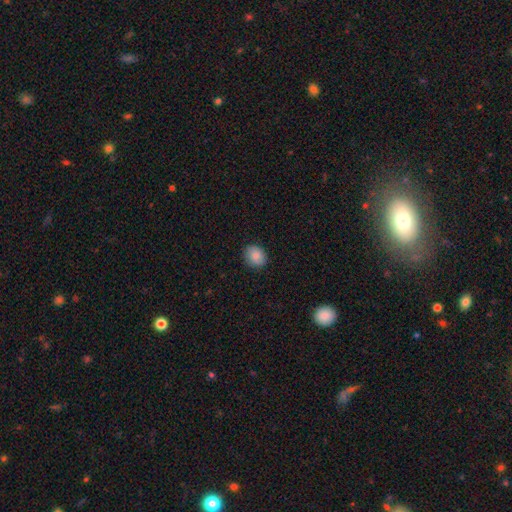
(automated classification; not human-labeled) smooth-or-featured: smooth: 86% | star or artifact: 8% | featured or disk: 6%
  how-rounded: round: 60% | in between: 39% | cigar-shaped: 1%
  merging: none: 87% | minor disturbance: 10% | major disturbance: 2% | merger: 1%